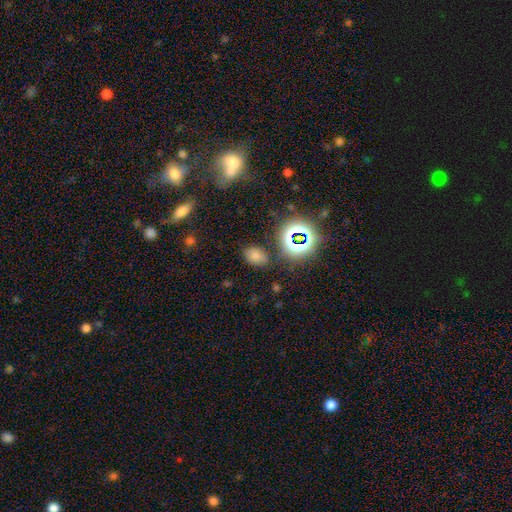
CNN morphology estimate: The model was most divided on "smooth or featured": smooth: 68%, star or artifact: 25%, featured or disk: 7%. More confident: merging — none (80%); how rounded — in between (78%).